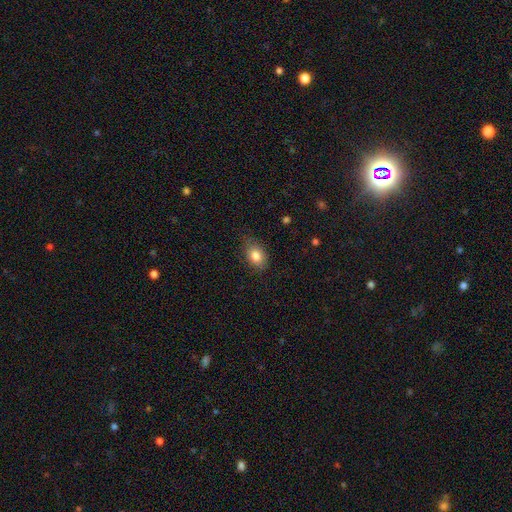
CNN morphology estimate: Smooth or featured? Predicted: smooth (p=0.83). How rounded? Predicted: in between (p=0.80). Merging? Predicted: none (p=0.75).